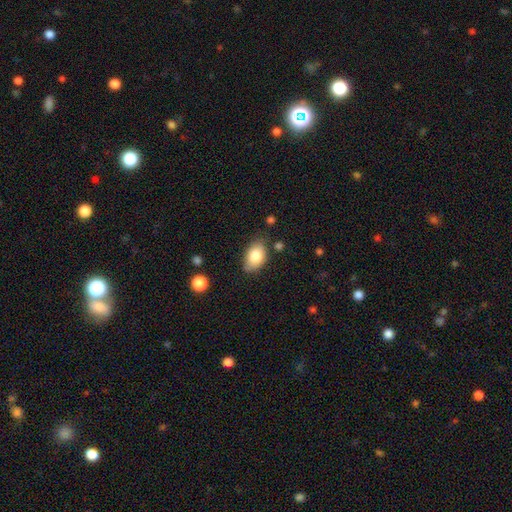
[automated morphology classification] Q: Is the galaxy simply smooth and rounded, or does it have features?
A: smooth — 83%.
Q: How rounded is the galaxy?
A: in between — 88%.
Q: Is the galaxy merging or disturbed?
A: none — 73%.